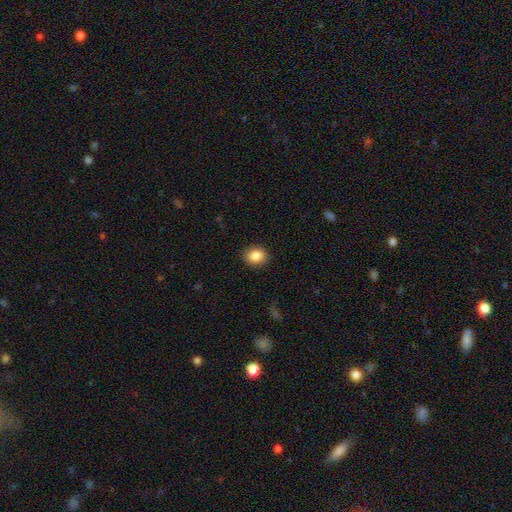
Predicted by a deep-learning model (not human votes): Smooth or featured: smooth — 86% (star or artifact — 9%)
How rounded: round — 50% (in between — 49%)
Merging: none — 88% (minor disturbance — 8%)